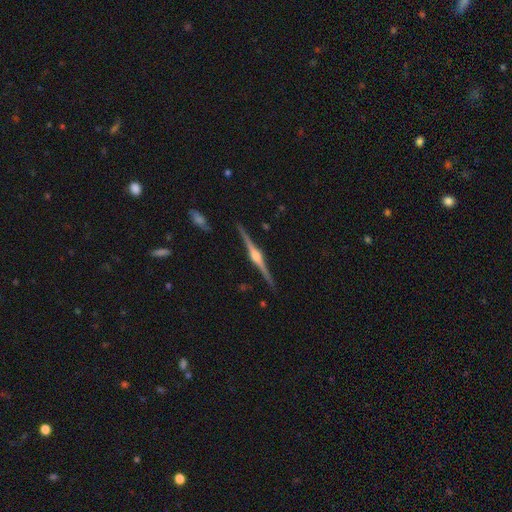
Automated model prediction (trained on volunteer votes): Smooth or featured? featured or disk (89%)
Edge-on disk? yes (99%)
Edge-on bulge? rounded (93%)
Merging? none (90%)